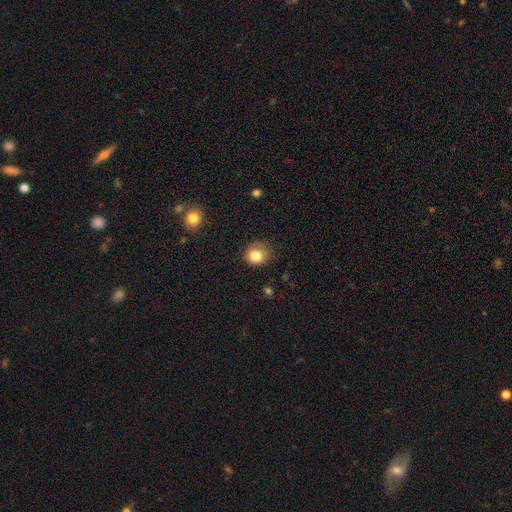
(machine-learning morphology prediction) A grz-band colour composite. It shows a smooth galaxy with no disk features (82%) that is round (79%). Merging: none (77%).